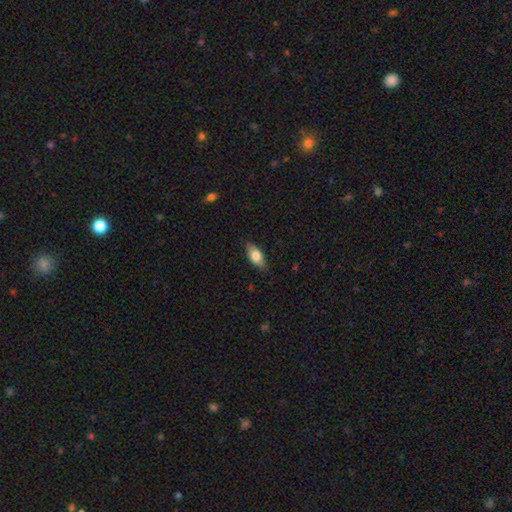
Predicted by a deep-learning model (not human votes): This appears to be a smooth galaxy with no disk features (75%) that is in between round and cigar-shaped (86%). Merging: none (85%).